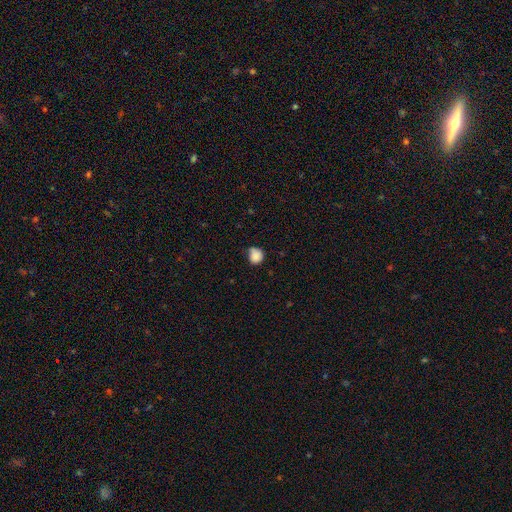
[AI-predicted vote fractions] smooth-or-featured: smooth: 86% | star or artifact: 9% | featured or disk: 5%
  how-rounded: round: 82% | in between: 17% | cigar-shaped: 1%
  merging: none: 64% | minor disturbance: 29% | major disturbance: 5% | merger: 2%